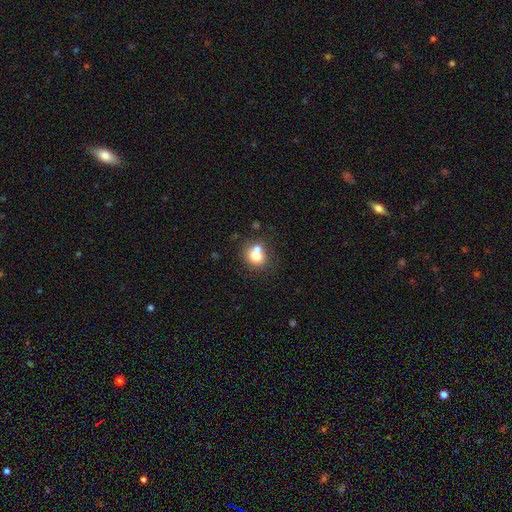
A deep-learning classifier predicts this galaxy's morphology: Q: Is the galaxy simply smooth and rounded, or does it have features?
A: smooth — 73%.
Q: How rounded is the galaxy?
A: round — 76%.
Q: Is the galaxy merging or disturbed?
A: none — 48%.